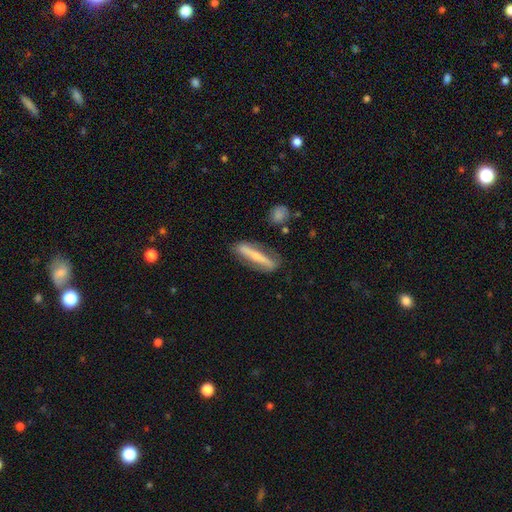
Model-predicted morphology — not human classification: Overall: featured or disk (53%; smooth 40%). Edge-on disk: yes (70%; no 30%). Merging: none (81%).